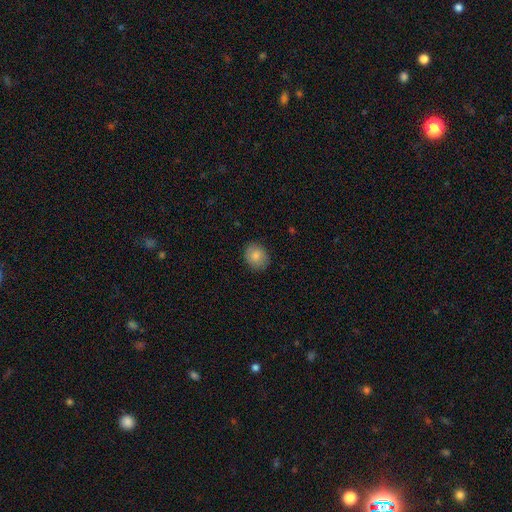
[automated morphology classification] This appears to be a smooth galaxy with no disk features (83%) that is round (63%). Merging: none (85%).